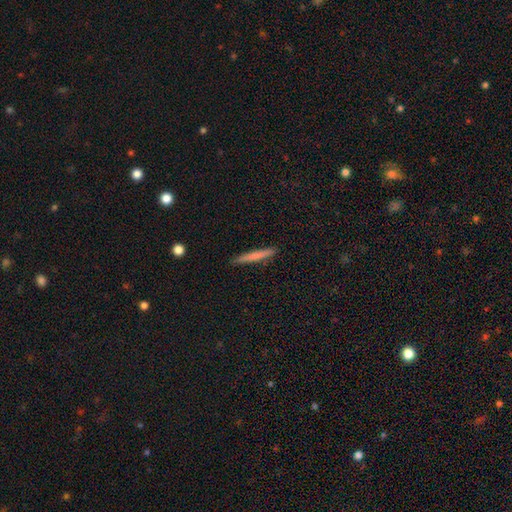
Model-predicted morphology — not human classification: The model was most divided on "smooth or featured": smooth: 69%, featured or disk: 25%, star or artifact: 6%. More confident: how rounded — cigar-shaped (96%); merging — none (89%).